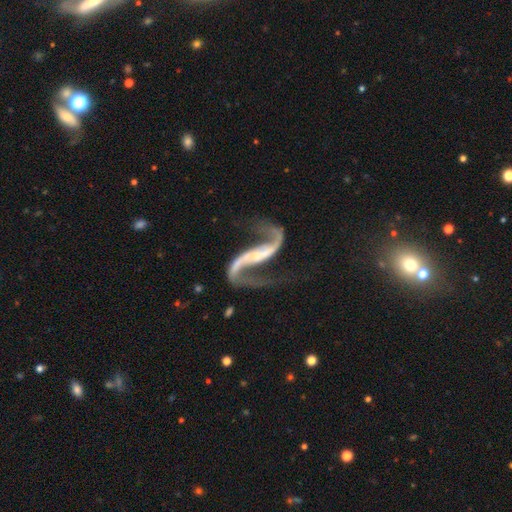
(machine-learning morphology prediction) The model was most divided on "bulge size": small: 48%, none: 33%, moderate: 13%, large: 3%, dominant: 2%. Remaining: spiral arms — yes (98%); edge-on disk — no (96%); spiral arm count — 2 (94%); smooth or featured — featured or disk (93%); spiral winding — loose (81%); merging — none (69%); bar — strong (47%).